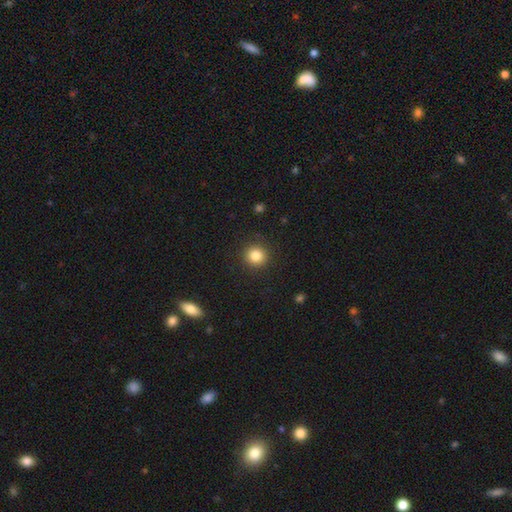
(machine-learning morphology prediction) smooth-or-featured: smooth: 84% | star or artifact: 11% | featured or disk: 5%
  how-rounded: round: 92% | in between: 7% | cigar-shaped: 1%
  merging: none: 91% | minor disturbance: 6% | major disturbance: 2% | merger: 1%